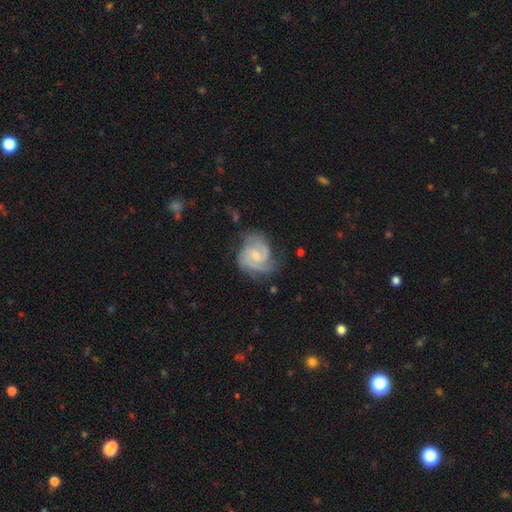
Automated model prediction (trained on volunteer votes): smooth-or-featured: featured or disk: 85% | smooth: 10% | star or artifact: 5%
  disk-edge-on: no: 98% | yes: 2%
    bar: no: 52% | weak: 42% | strong: 6%
    has-spiral-arms: yes: 97% | no: 3%
      spiral-winding: tight: 54% | medium: 39% | loose: 8%
      spiral-arm-count: 2: 52% | 3: 26% | can't tell: 12% | 1: 4% | 4: 3% | more than 4: 3%
    bulge-size: small: 49% | moderate: 44% | none: 4% | large: 2% | dominant: 1%
  merging: none: 65% | minor disturbance: 24% | major disturbance: 10% | merger: 2%